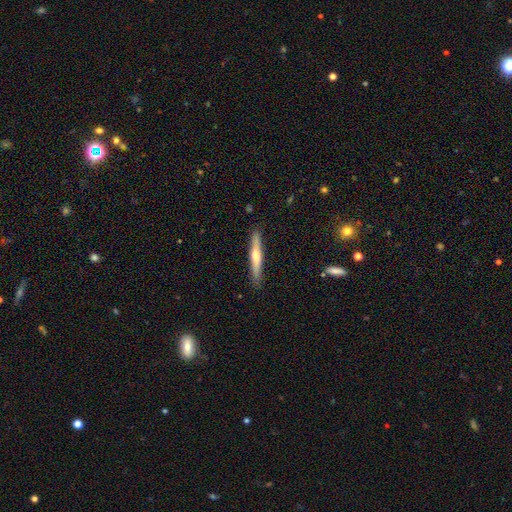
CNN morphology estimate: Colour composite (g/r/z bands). It shows a featured or disk galaxy (51%) viewed edge-on (96%). Merging: none (89%).